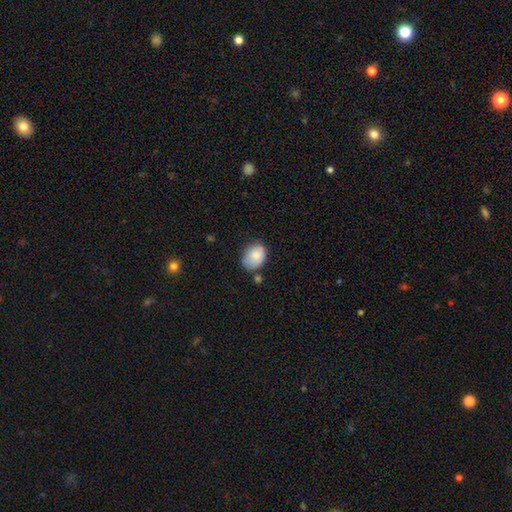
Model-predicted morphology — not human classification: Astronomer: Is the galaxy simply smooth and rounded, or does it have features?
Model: smooth — 84%.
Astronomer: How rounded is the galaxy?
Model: in between — 69%.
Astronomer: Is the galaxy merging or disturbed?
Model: none — 61%.